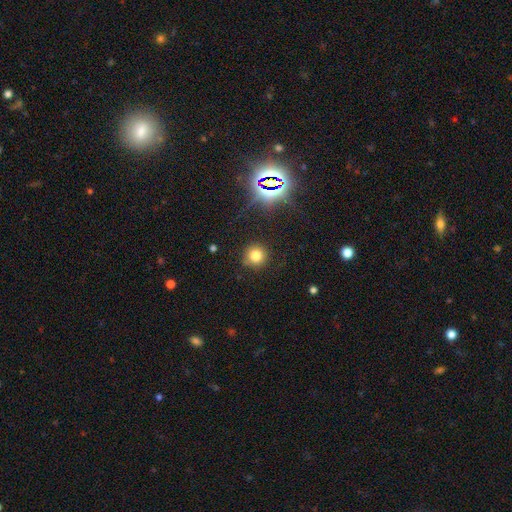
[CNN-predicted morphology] smooth_or_featured: smooth (p=0.76) [alt: star or artifact p=0.17]
how_rounded: round (p=0.93) [alt: in between p=0.06]
merging: none (p=0.86) [alt: minor disturbance p=0.09]